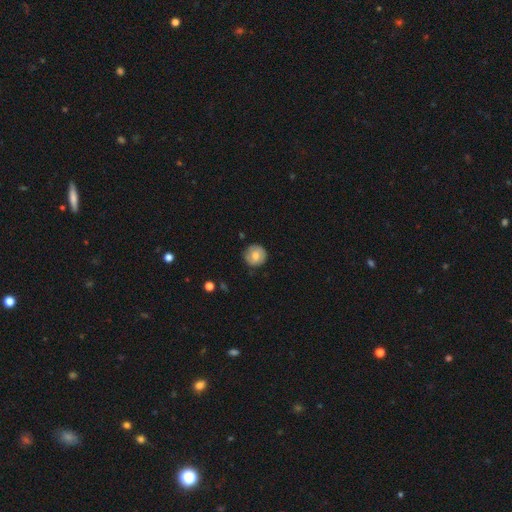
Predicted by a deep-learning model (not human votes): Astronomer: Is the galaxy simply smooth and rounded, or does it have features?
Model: smooth — 68%.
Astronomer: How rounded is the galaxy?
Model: round — 92%.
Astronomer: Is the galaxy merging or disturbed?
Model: none — 81%.